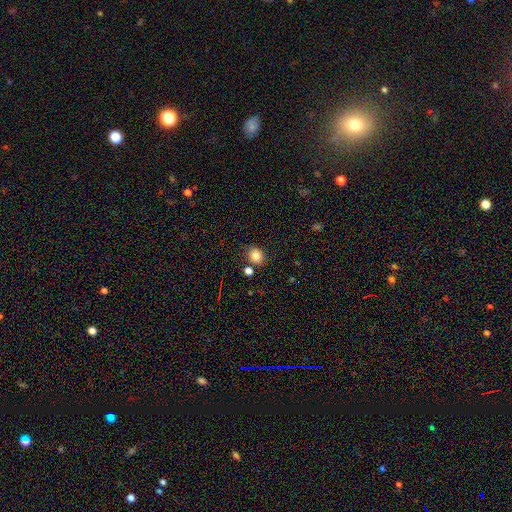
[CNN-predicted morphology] Smooth or featured: smooth — 82% (star or artifact — 11%)
How rounded: round — 61% (in between — 38%)
Merging: none — 77% (minor disturbance — 12%)